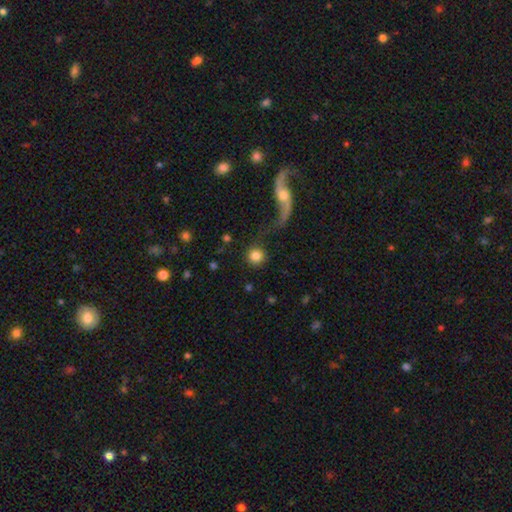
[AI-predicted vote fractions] A smooth galaxy with no disk features (82%) that is round (95%).

Vote fractions:
- Smooth or featured? smooth: 82% / featured or disk: 10% / star or artifact: 8%
- How rounded? round: 95% / in between: 4% / cigar-shaped: 1%
- Merging? none: 67% / merger: 12% / major disturbance: 11% / minor disturbance: 10%